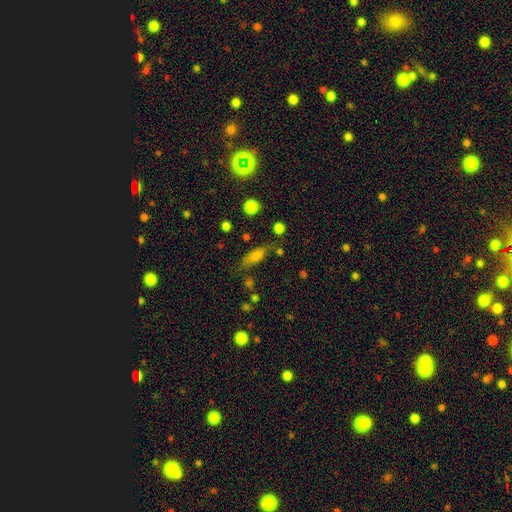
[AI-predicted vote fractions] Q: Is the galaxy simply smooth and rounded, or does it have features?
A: smooth — 71%.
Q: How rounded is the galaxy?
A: in between — 62%.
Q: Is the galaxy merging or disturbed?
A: none — 64%.